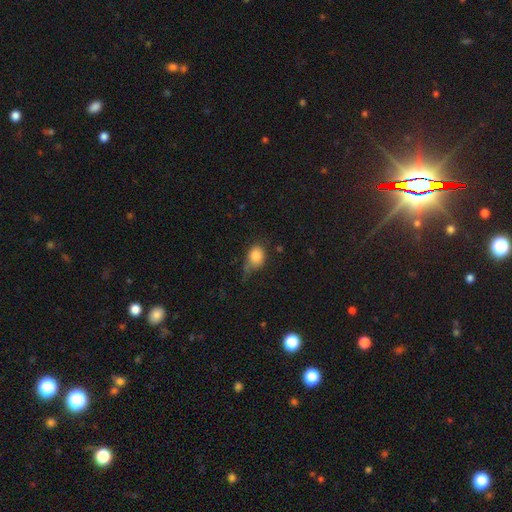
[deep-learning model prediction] smooth-or-featured: smooth: 83% | star or artifact: 9% | featured or disk: 7%
  how-rounded: in between: 53% | round: 45% | cigar-shaped: 1%
  merging: none: 46% | minor disturbance: 36% | major disturbance: 13% | merger: 4%